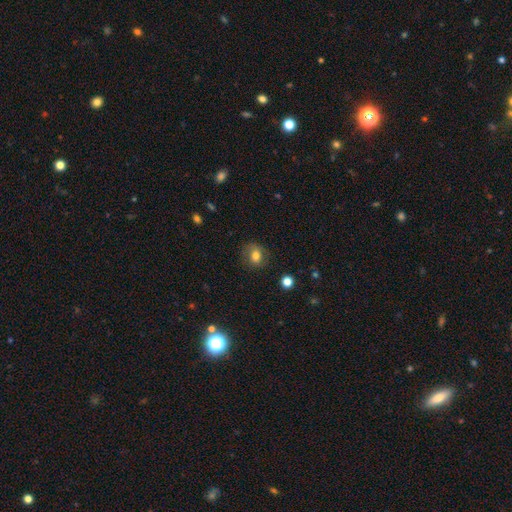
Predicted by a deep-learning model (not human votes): Overall: smooth (72%). How rounded: round (58%; in between 41%). Merging: none (77%).